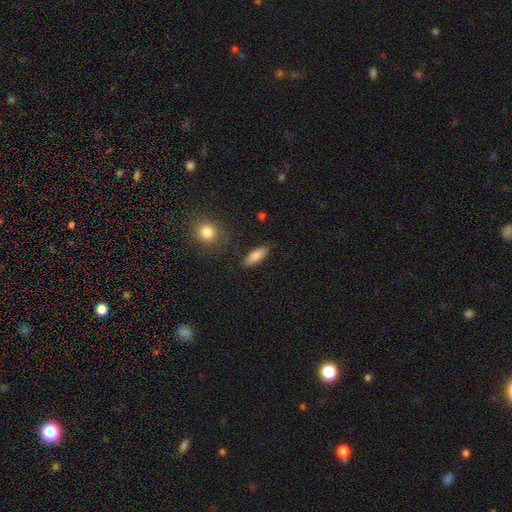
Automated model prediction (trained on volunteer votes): Morphology: type=smooth (82%); roundness=in between (65%); merging=none (85%).